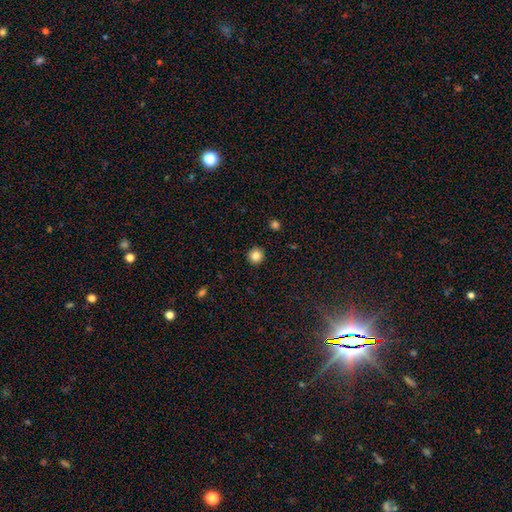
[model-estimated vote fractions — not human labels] Smooth or featured? smooth (85%)
How rounded? round (95%)
Merging? none (93%)